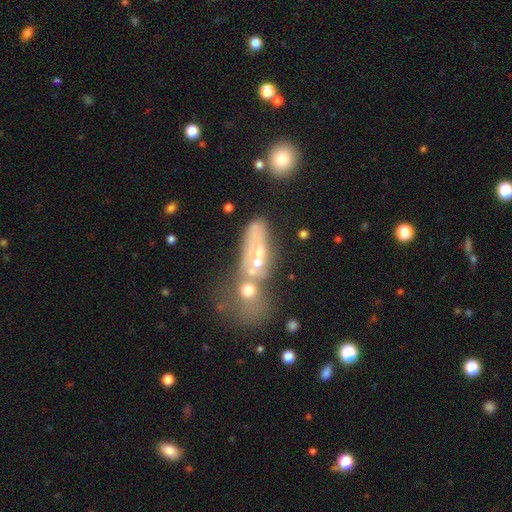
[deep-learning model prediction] A featured or disk galaxy (52%). Merging: merger (43%).